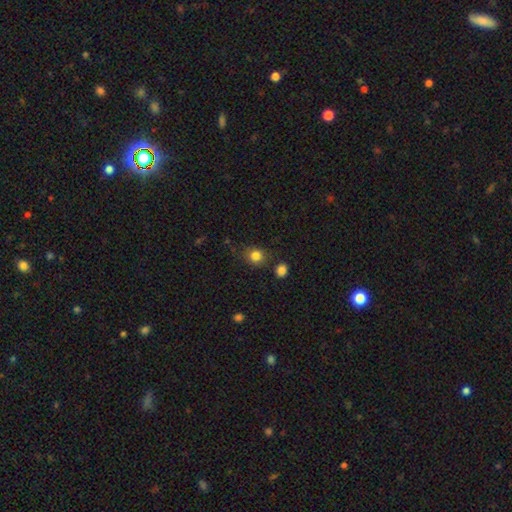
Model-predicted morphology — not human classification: This appears to be a smooth galaxy with no disk features (83%) that is round (77%). Merging: none (78%).